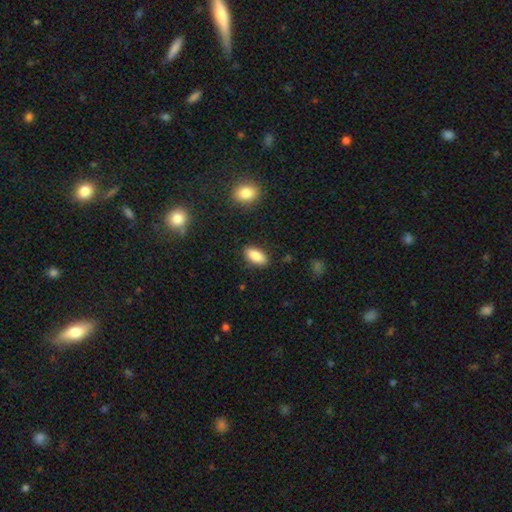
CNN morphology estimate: smooth 85%, star or artifact 7%, featured or disk 7%. Down the decision tree: how rounded — in between (89%); merging — none (87%).